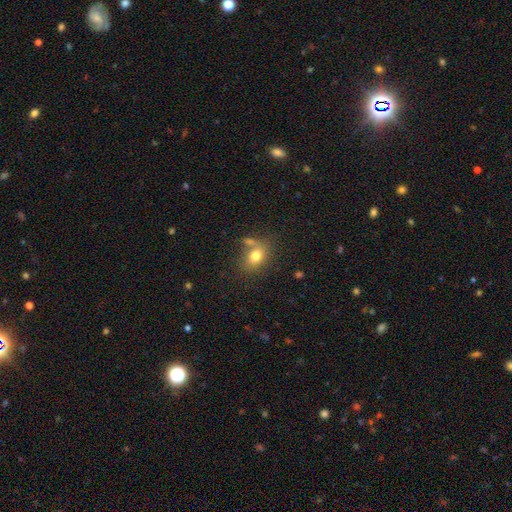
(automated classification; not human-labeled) A smooth galaxy with no disk features (76%) that is in between round and cigar-shaped (65%). Merging: none (57%).